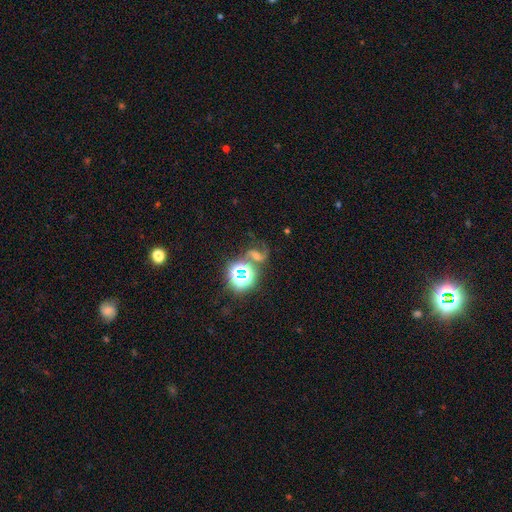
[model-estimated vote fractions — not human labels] smooth_or_featured: featured or disk (p=0.49) [alt: star or artifact p=0.35]
merging: none (p=0.56) [alt: minor disturbance p=0.15]